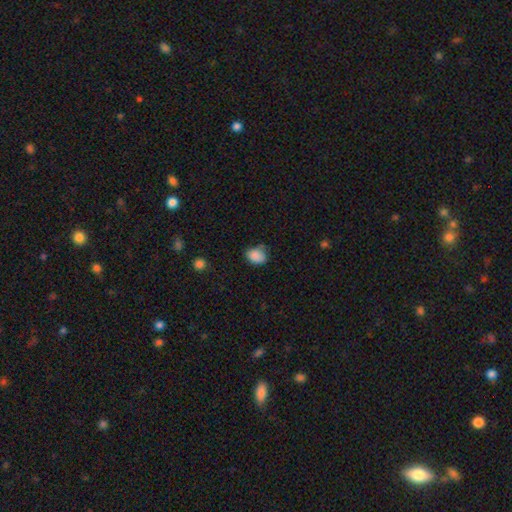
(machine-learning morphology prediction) This appears to be a smooth galaxy with no disk features (85%) that is in between round and cigar-shaped (56%). Merging: none (58%).